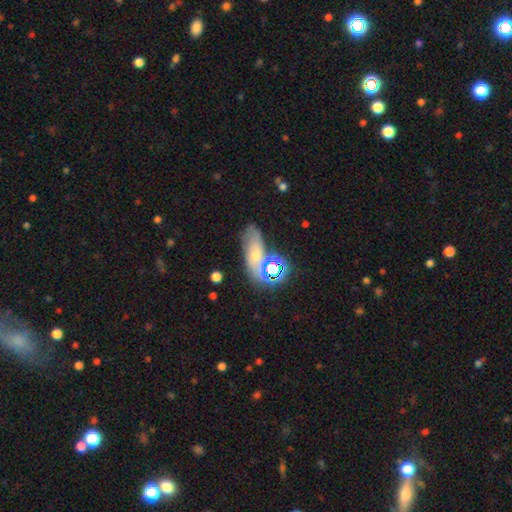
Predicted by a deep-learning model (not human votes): smooth_or_featured: star or artifact (p=0.37) [alt: smooth p=0.35]